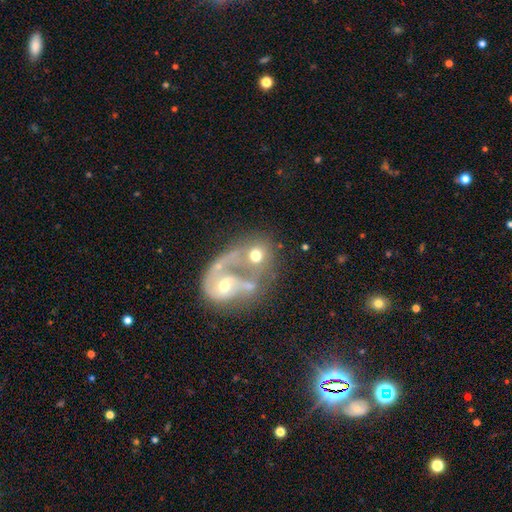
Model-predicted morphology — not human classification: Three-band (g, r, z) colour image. It shows a featured or disk galaxy (49%). Merging: merger (65%).